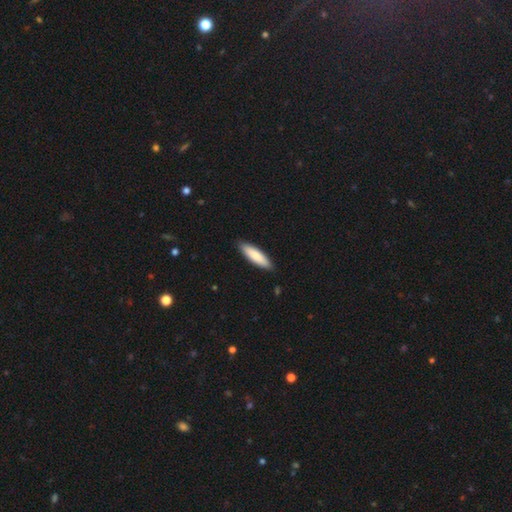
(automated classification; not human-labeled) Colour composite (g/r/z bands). It shows a smooth galaxy with no disk features (83%) that is cigar-shaped (64%). Merging: none (88%).